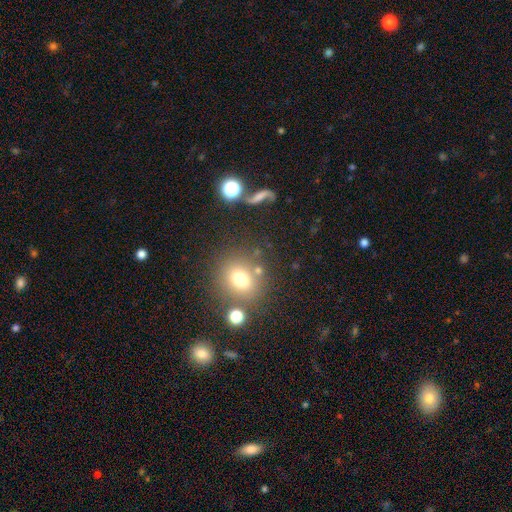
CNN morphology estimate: Q: Smooth or featured?
A: smooth (58%); runner-up: star or artifact (29%)
Q: How rounded?
A: round (76%); runner-up: in between (22%)
Q: Merging?
A: none (76%); runner-up: minor disturbance (10%)